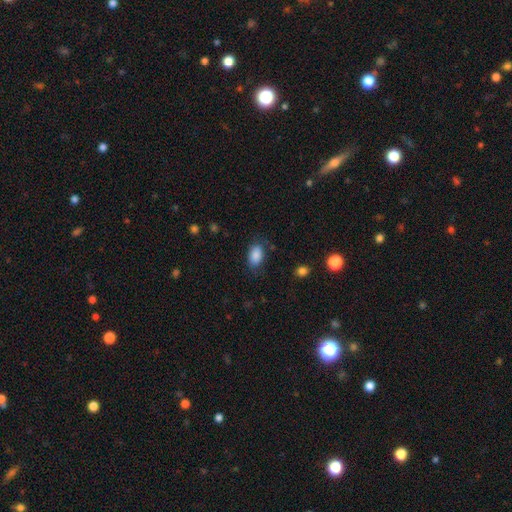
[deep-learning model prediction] Overall: smooth (87%). How rounded: in between (90%). Merging: none (74%).